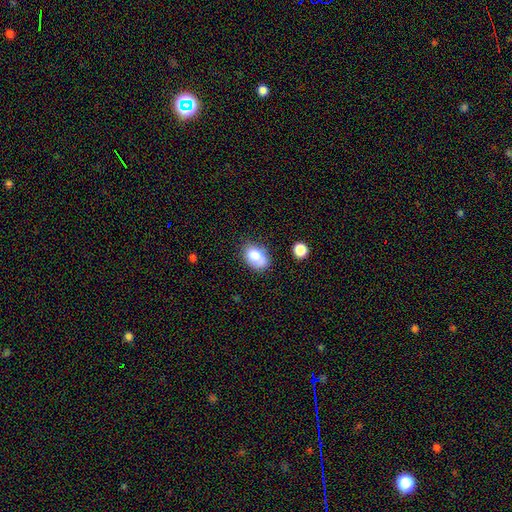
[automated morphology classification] smooth_or_featured: smooth (p=0.85) [alt: star or artifact p=0.08]
how_rounded: in between (p=0.88) [alt: round p=0.11]
merging: none (p=0.70) [alt: minor disturbance p=0.21]